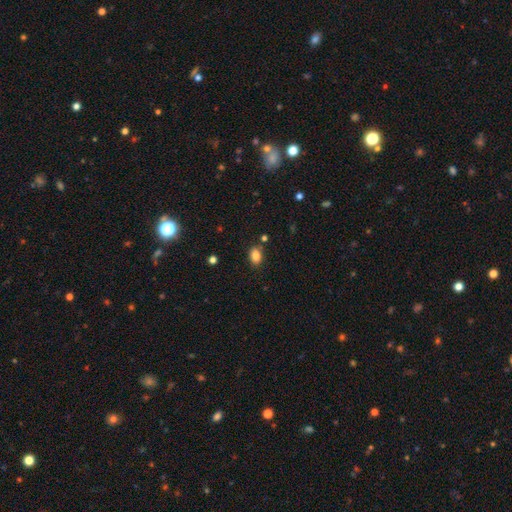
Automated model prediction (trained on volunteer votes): Smooth or featured?
  - smooth: 85% *
  - star or artifact: 10%
  - featured or disk: 5%
How rounded?
  - in between: 82% *
  - round: 17%
  - cigar-shaped: 1%
Merging?
  - none: 80% *
  - minor disturbance: 12%
  - merger: 5%
  - major disturbance: 3%